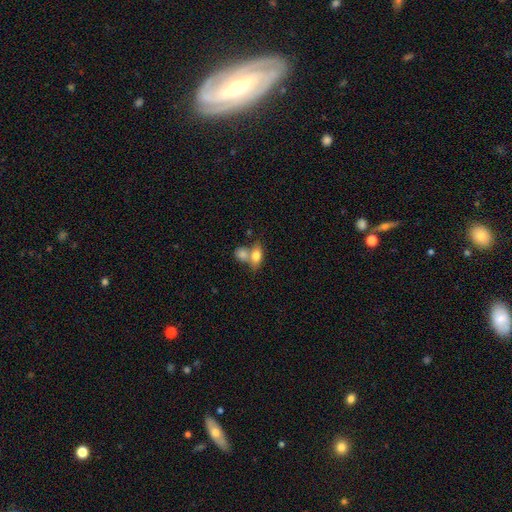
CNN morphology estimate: Smooth or featured?
  - smooth: 77% *
  - featured or disk: 15%
  - star or artifact: 8%
How rounded?
  - in between: 80% *
  - round: 15%
  - cigar-shaped: 5%
Merging?
  - merger: 54% *
  - none: 32%
  - minor disturbance: 10%
  - major disturbance: 4%